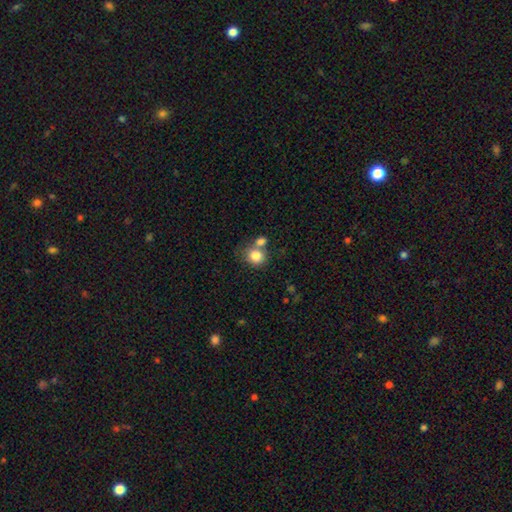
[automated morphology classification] Smooth or featured: smooth — 82% (star or artifact — 9%)
How rounded: round — 73% (in between — 26%)
Merging: none — 48% (merger — 37%)